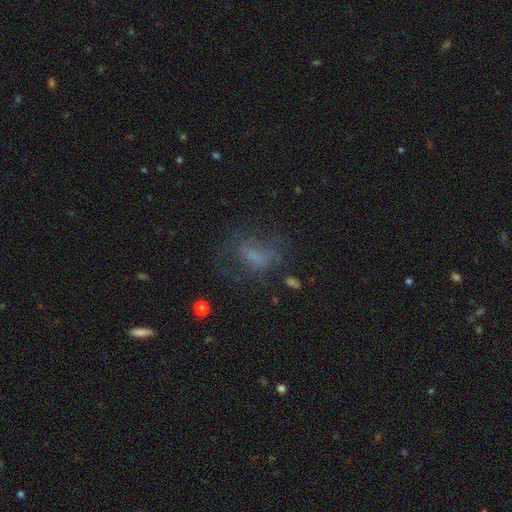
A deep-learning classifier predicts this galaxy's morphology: This appears to be a smooth galaxy with no disk features (48%). Merging: none (47%).